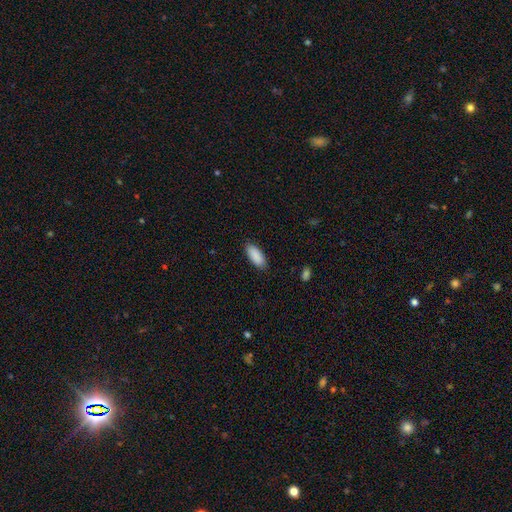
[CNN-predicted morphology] Smooth or featured? smooth (90%)
How rounded? in between (85%)
Merging? none (86%)